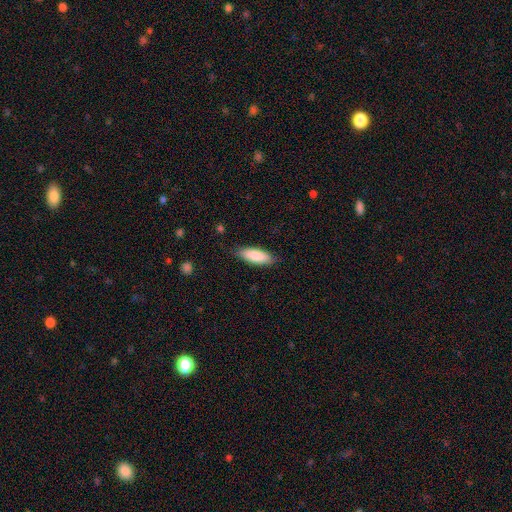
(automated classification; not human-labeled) A smooth galaxy with no disk features (86%) that is in between round and cigar-shaped (69%). Merging: none (83%).